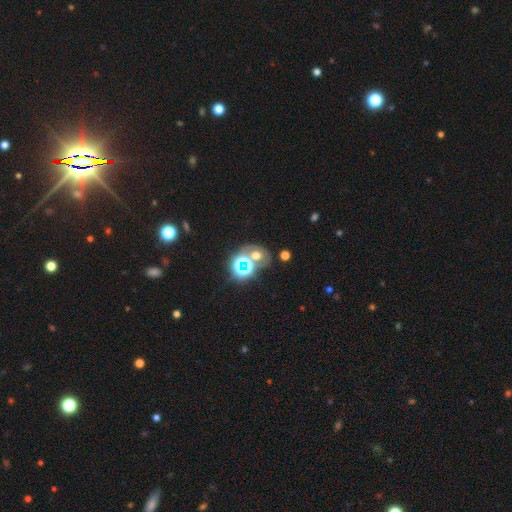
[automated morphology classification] This appears to be a star or artifact, not a galaxy (41%).